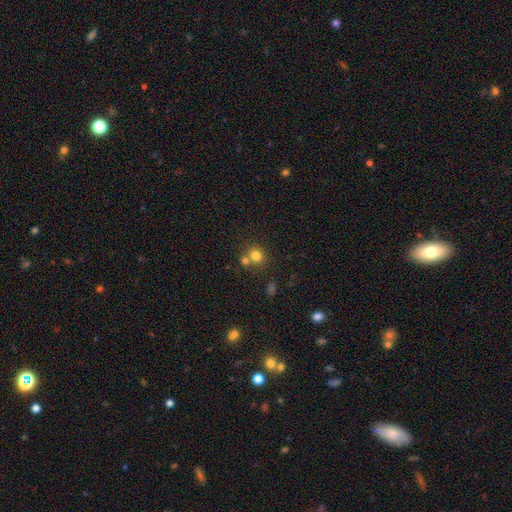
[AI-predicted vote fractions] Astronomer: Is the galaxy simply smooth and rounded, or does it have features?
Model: smooth — 78%.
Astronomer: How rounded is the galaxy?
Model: round — 83%.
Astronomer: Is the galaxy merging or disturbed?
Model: none — 57%.